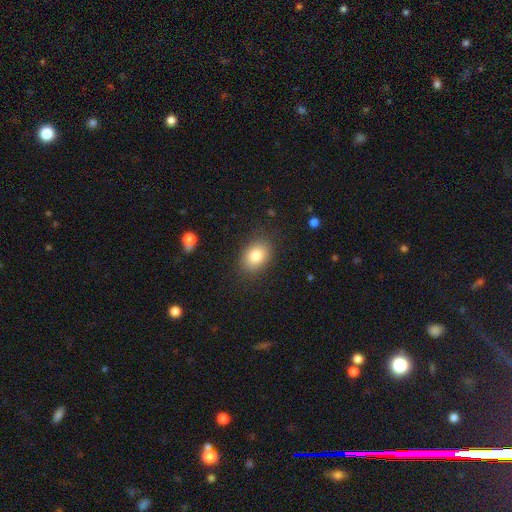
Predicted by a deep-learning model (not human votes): Smooth or featured? smooth (83%)
How rounded? in between (76%)
Merging? none (85%)